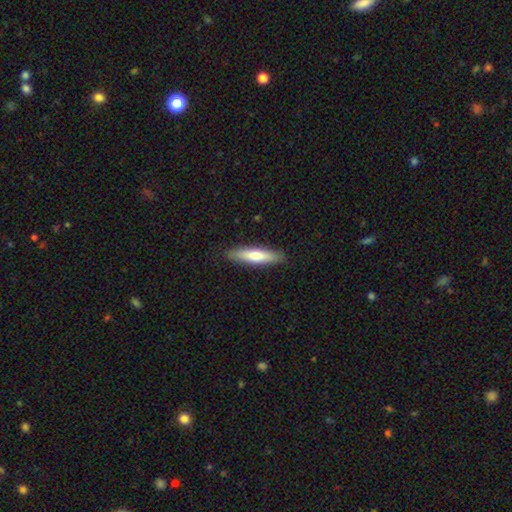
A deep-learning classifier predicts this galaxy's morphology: A smooth galaxy with no disk features (67%) that is cigar-shaped (80%).

Vote fractions:
- Smooth or featured? smooth: 67% / featured or disk: 28% / star or artifact: 5%
- How rounded? cigar-shaped: 80% / in between: 18% / round: 1%
- Merging? none: 89% / minor disturbance: 8% / major disturbance: 2% / merger: 1%